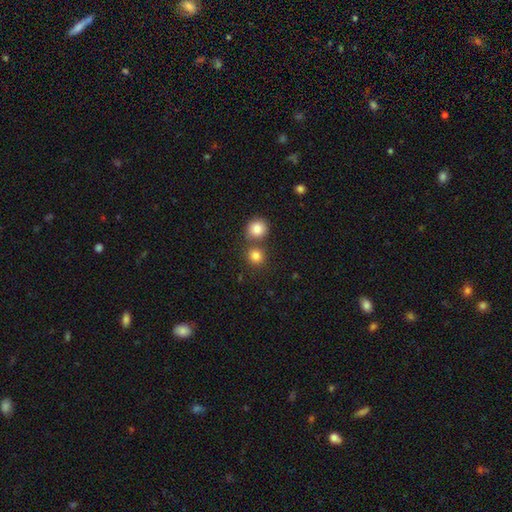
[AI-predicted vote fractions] This appears to be a smooth galaxy with no disk features (83%) that is round (88%). Merging: none (66%).